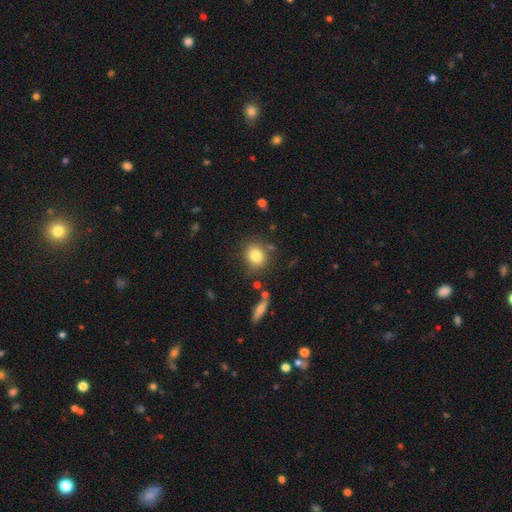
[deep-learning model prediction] Smooth or featured: smooth — 81% (star or artifact — 10%)
How rounded: round — 70% (in between — 29%)
Merging: none — 79% (minor disturbance — 12%)